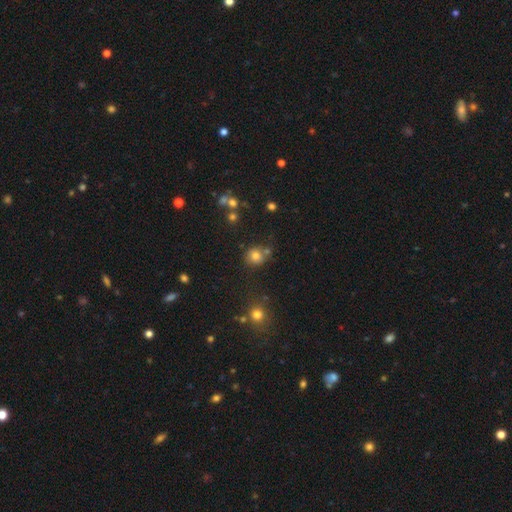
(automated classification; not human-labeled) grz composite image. It shows a smooth galaxy with no disk features (77%) that is round (86%). Merging: none (68%).